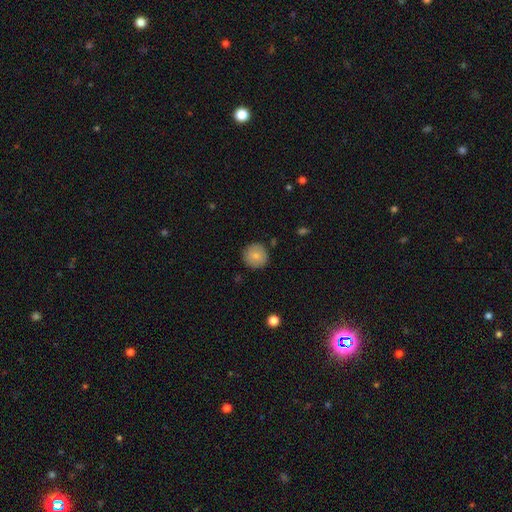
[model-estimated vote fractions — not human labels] Smooth or featured? smooth (80%)
How rounded? round (95%)
Merging? none (89%)